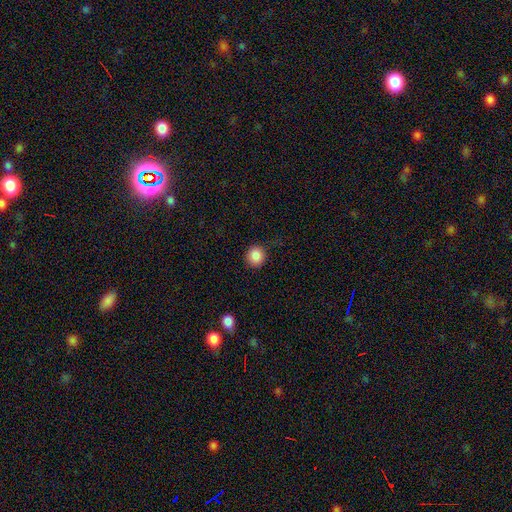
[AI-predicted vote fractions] This is clearly a smooth galaxy (87%). How rounded: clearly round (88%). Merging: clearly none (84%).